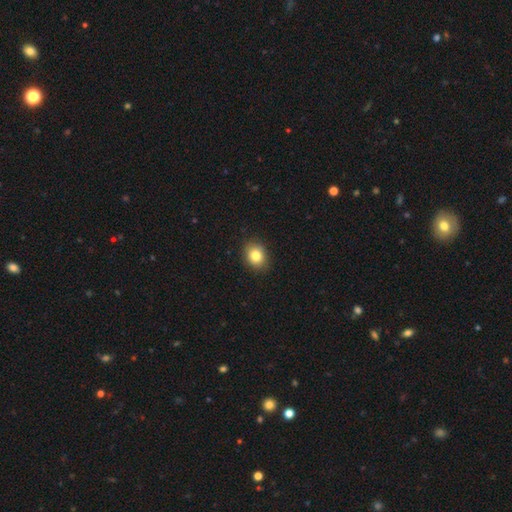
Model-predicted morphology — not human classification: Overall: smooth (82%). How rounded: round (53%; in between 46%). Merging: none (88%).